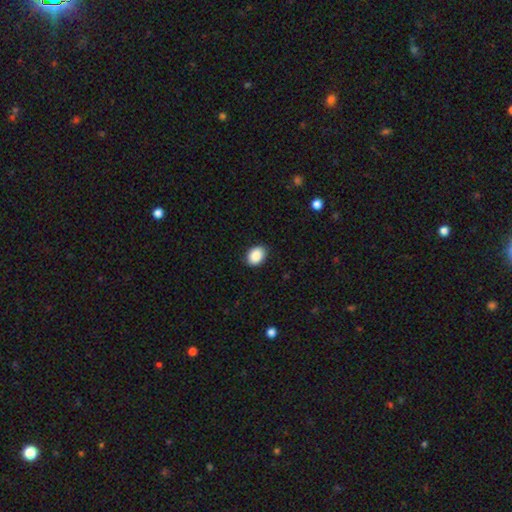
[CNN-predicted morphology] type=smooth (89%); roundness=in between (70%); merging=none (88%).